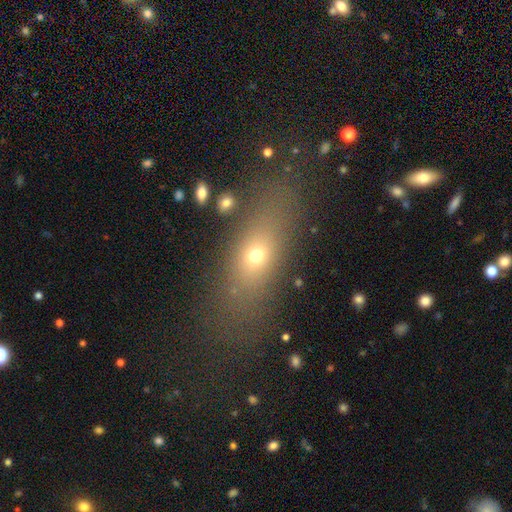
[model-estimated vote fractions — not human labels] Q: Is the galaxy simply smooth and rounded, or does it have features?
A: smooth — 62%.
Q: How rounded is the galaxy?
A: in between — 59%.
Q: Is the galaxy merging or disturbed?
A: none — 72%.